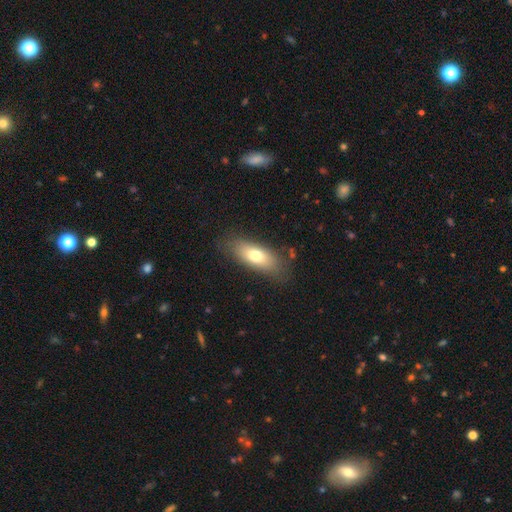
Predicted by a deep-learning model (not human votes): smooth_or_featured: smooth (p=0.70) [alt: featured or disk p=0.22]
how_rounded: in between (p=0.74) [alt: cigar-shaped p=0.22]
merging: none (p=0.79) [alt: minor disturbance p=0.14]